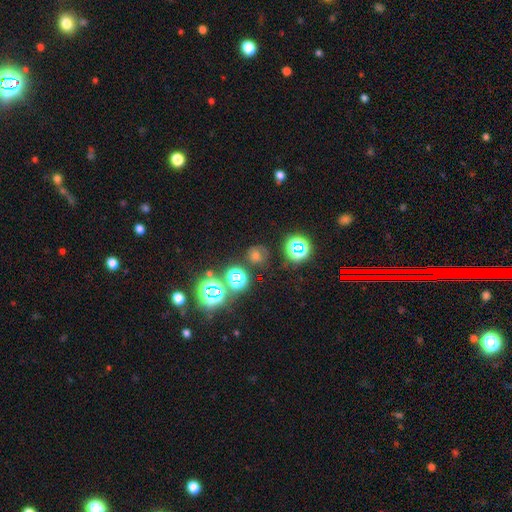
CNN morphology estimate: This is marginally a star or artifact rather than a galaxy (45%).